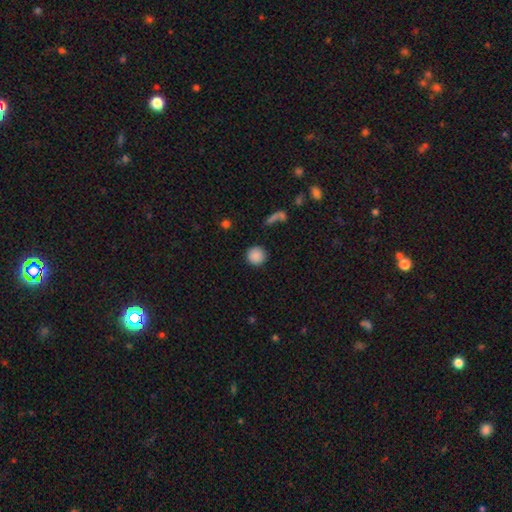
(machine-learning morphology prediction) Overall: smooth (87%). How rounded: round (95%). Merging: none (89%).